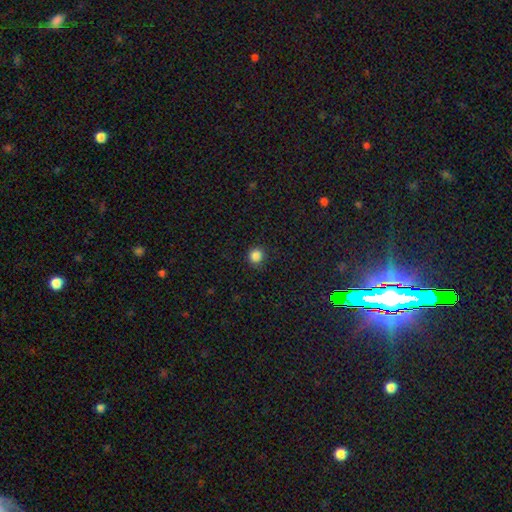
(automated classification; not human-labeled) Morphology: type=smooth (85%); roundness=round (93%); merging=none (89%).